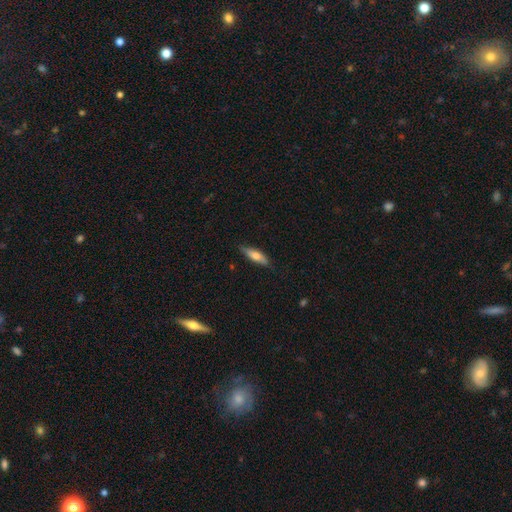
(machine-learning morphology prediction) A smooth galaxy with no disk features (61%) that is cigar-shaped (60%).

Vote fractions:
- Smooth or featured? smooth: 61% / featured or disk: 33% / star or artifact: 6%
- How rounded? cigar-shaped: 60% / in between: 38% / round: 2%
- Merging? none: 80% / minor disturbance: 16% / major disturbance: 2% / merger: 1%